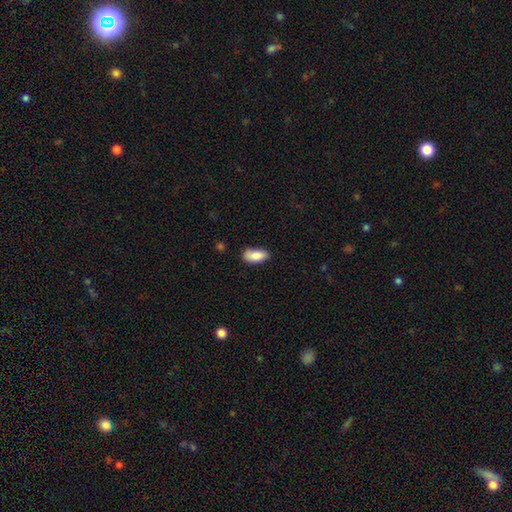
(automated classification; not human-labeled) Smooth or featured: smooth — 86% (featured or disk — 7%)
How rounded: in between — 89% (cigar-shaped — 9%)
Merging: none — 75% (minor disturbance — 20%)